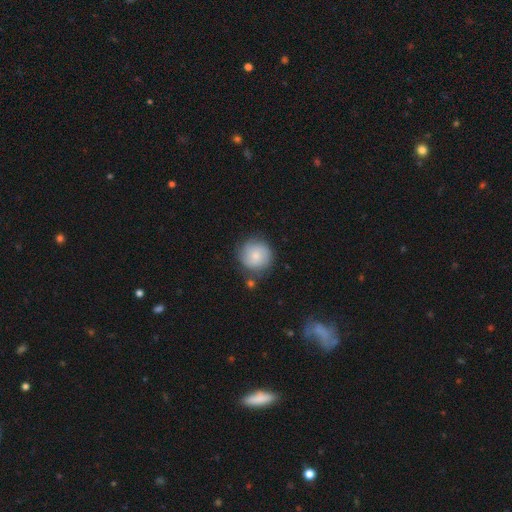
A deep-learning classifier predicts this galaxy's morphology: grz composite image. It shows a smooth galaxy with no disk features (70%) that is round (94%). Merging: none (75%).